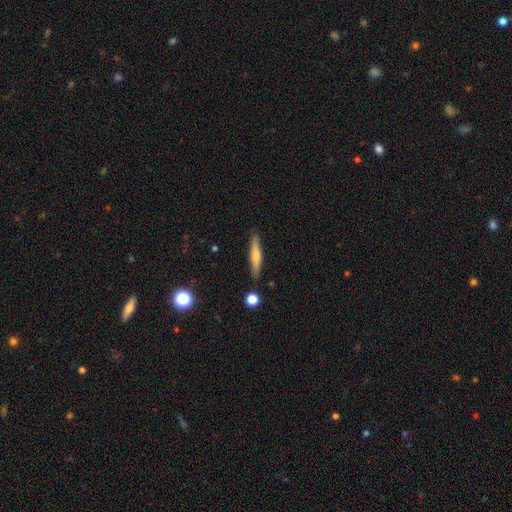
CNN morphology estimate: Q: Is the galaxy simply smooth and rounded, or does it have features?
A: smooth — 59%.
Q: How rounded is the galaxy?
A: cigar-shaped — 88%.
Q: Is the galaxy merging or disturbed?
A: none — 86%.